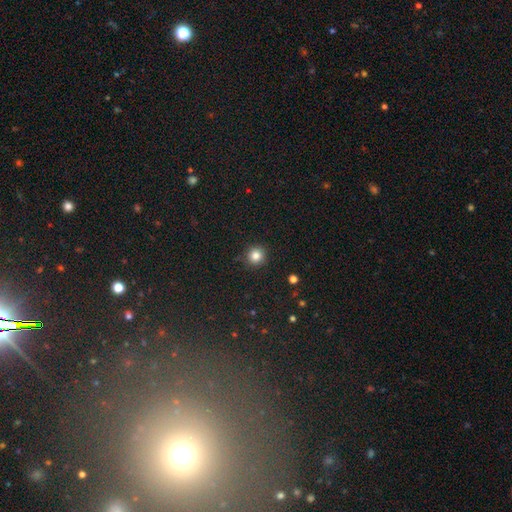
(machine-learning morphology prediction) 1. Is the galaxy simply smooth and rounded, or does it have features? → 84% smooth, 11% star or artifact, 5% featured or disk.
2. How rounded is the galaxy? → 94% round, 5% in between, 1% cigar-shaped.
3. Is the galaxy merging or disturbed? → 90% none, 6% minor disturbance, 2% major disturbance, 1% merger.